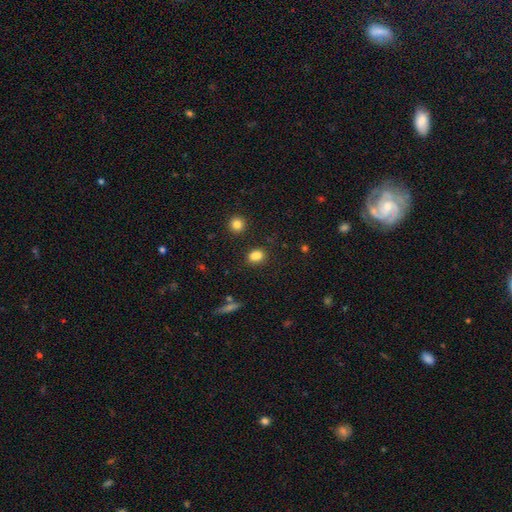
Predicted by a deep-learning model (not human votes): This appears to be a smooth galaxy with no disk features (81%) that is in between round and cigar-shaped (56%). Merging: none (70%).